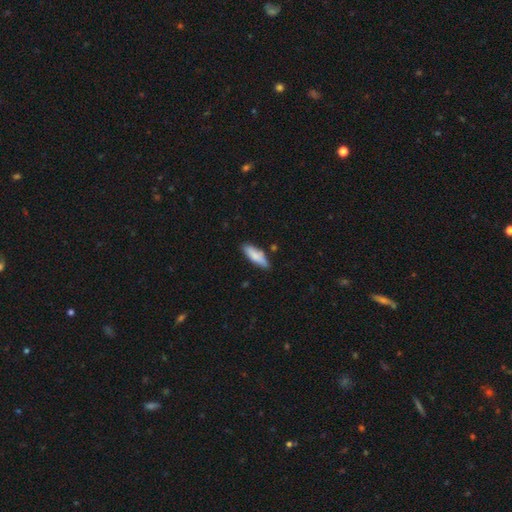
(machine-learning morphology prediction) A smooth galaxy with no disk features (80%) that is in between round and cigar-shaped (53%). Merging: none (76%).